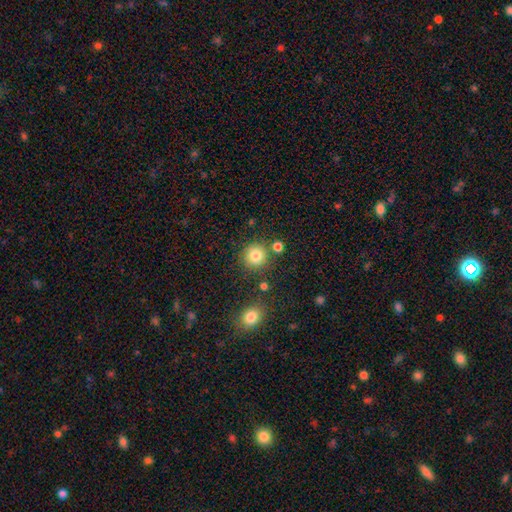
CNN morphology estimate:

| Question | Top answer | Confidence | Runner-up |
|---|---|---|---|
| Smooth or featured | smooth | 82% | star or artifact (11%) |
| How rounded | round | 92% | in between (7%) |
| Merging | none | 81% | minor disturbance (9%) |